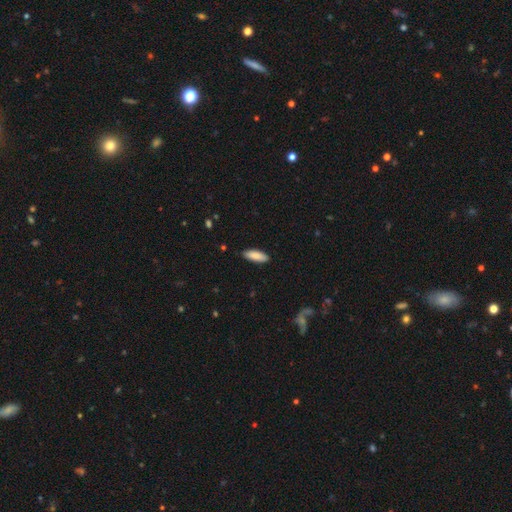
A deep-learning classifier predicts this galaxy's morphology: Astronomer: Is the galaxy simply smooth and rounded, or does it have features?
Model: smooth — 86%.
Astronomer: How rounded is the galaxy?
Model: in between — 64%.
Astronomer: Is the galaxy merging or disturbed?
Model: none — 88%.